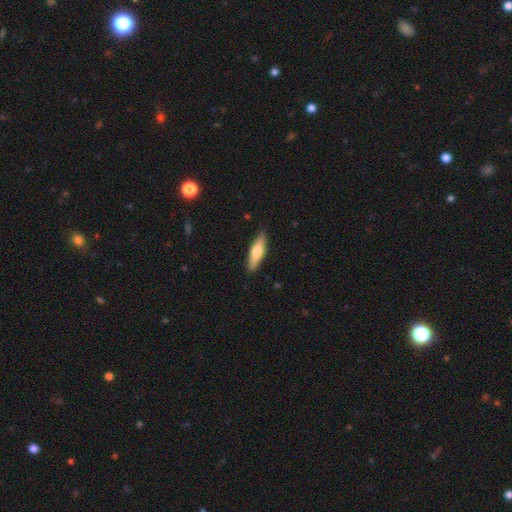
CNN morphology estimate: Smooth or featured?
  - smooth: 65% *
  - featured or disk: 30%
  - star or artifact: 6%
How rounded?
  - cigar-shaped: 61% *
  - in between: 37%
  - round: 2%
Merging?
  - none: 89% *
  - minor disturbance: 8%
  - major disturbance: 2%
  - merger: 1%